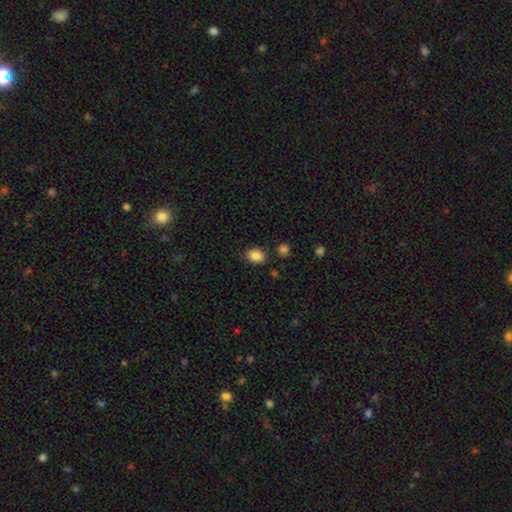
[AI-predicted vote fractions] smooth-or-featured: smooth: 87% | star or artifact: 9% | featured or disk: 4%
  how-rounded: in between: 77% | round: 22% | cigar-shaped: 1%
  merging: none: 80% | minor disturbance: 13% | merger: 4% | major disturbance: 3%